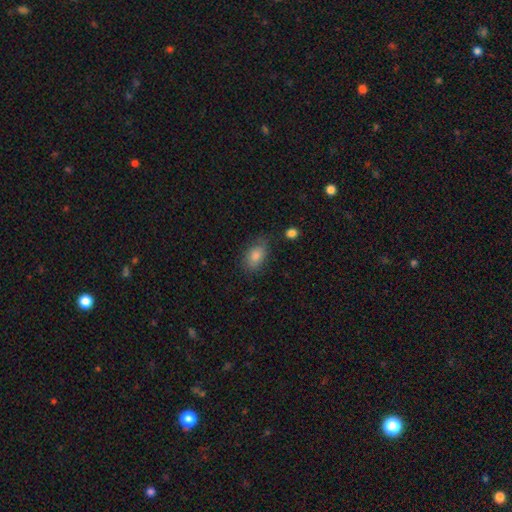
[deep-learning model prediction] Morphology: type=smooth (81%); roundness=in between (86%); merging=none (72%).